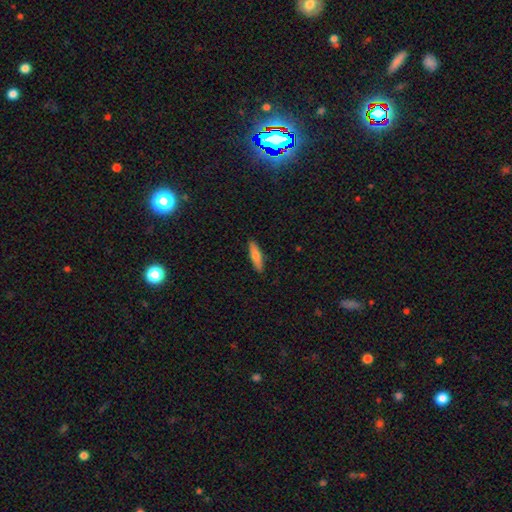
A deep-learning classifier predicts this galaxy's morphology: This is likely a smooth galaxy (74%). How rounded: likely cigar-shaped (68%). Merging: clearly none (89%).